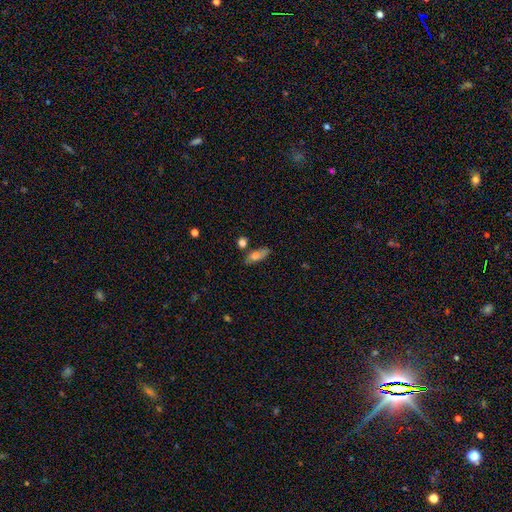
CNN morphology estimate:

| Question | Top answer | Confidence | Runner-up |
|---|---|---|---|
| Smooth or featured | smooth | 68% | featured or disk (24%) |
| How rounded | in between | 74% | cigar-shaped (22%) |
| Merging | none | 66% | minor disturbance (20%) |